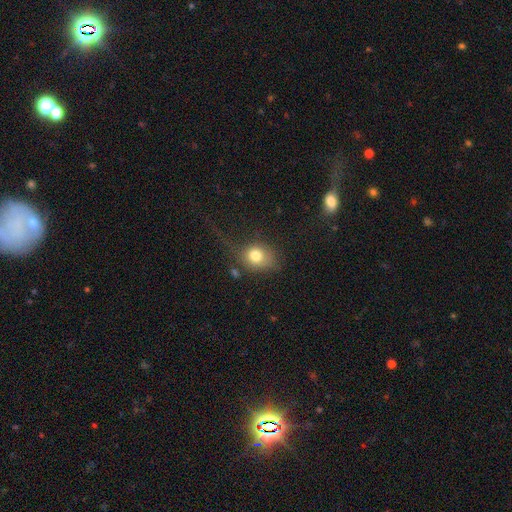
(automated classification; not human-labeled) smooth_or_featured: smooth (p=0.77) [alt: featured or disk p=0.12]
how_rounded: round (p=0.54) [alt: in between p=0.44]
merging: none (p=0.47) [alt: major disturbance p=0.25]